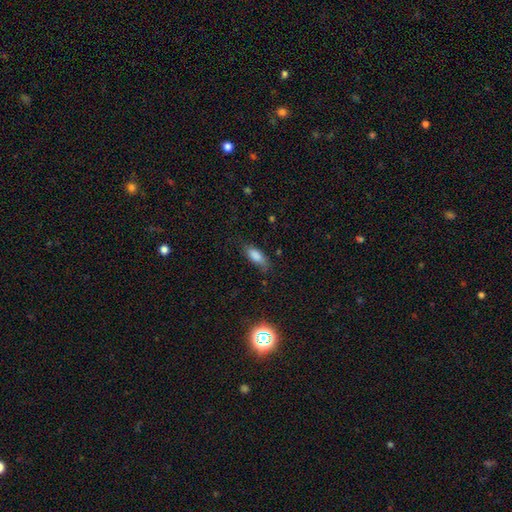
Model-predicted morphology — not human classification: Smooth or featured? smooth (82%)
How rounded? in between (76%)
Merging? none (67%)